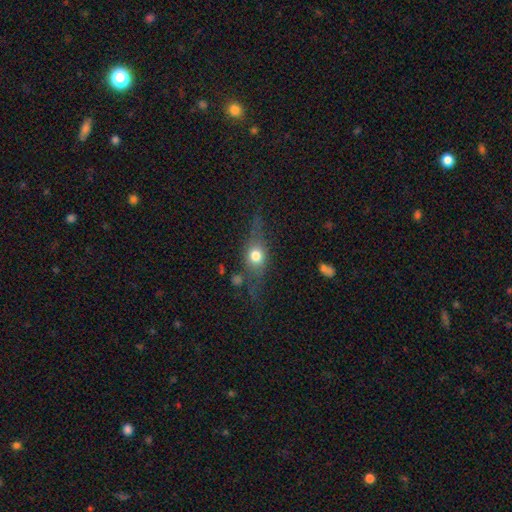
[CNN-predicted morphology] This appears to be a smooth galaxy with no disk features (51%) that is round (46%). Merging: none (64%).